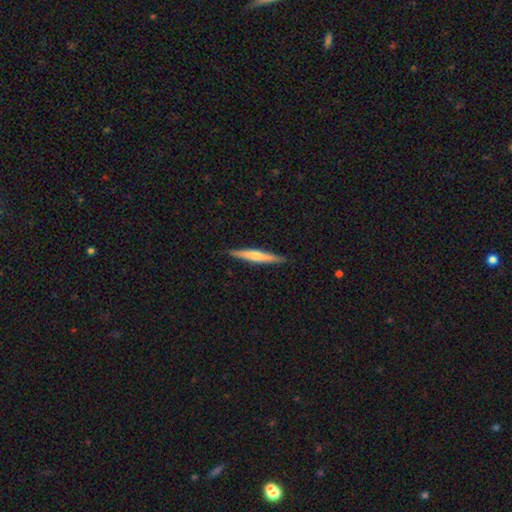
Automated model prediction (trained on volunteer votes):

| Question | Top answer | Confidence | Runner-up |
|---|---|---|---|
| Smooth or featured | smooth | 53% | featured or disk (42%) |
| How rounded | cigar-shaped | 95% | in between (4%) |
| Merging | none | 90% | minor disturbance (8%) |